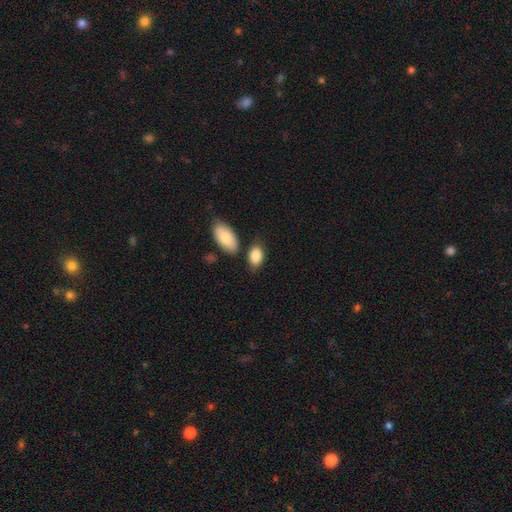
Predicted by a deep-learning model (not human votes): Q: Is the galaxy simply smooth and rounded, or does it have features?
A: smooth — 86%.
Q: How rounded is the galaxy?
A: in between — 89%.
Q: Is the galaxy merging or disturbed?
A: none — 69%.